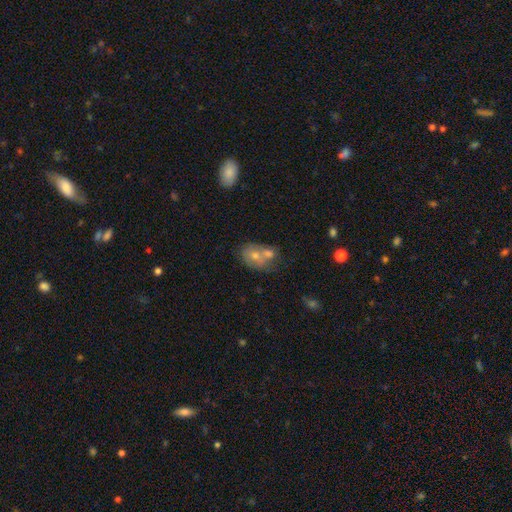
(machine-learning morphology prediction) smooth_or_featured: smooth (p=0.57) [alt: featured or disk p=0.29]
how_rounded: in between (p=0.62) [alt: round p=0.36]
merging: merger (p=0.48) [alt: none p=0.37]